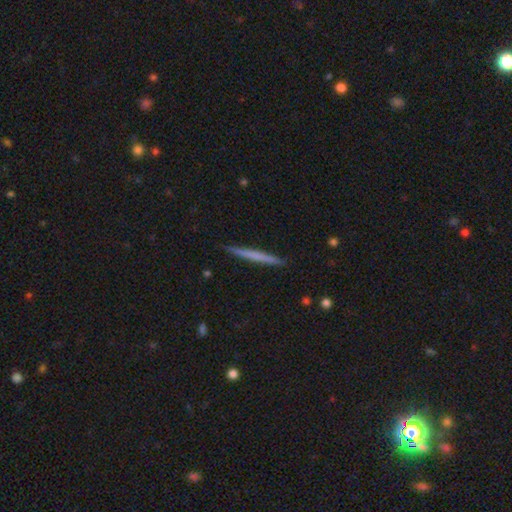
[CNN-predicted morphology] Overall: smooth (55%; featured or disk 40%). How rounded: cigar-shaped (97%). Merging: none (91%).